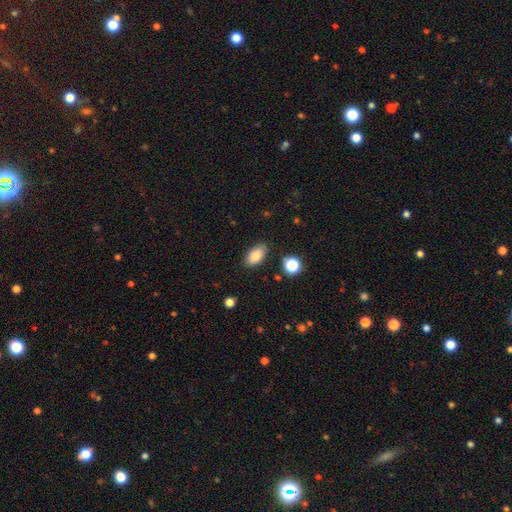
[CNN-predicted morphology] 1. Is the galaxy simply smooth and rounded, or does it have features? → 85% smooth, 8% star or artifact, 7% featured or disk.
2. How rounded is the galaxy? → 92% in between, 5% round, 3% cigar-shaped.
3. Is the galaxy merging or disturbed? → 84% none, 11% minor disturbance, 3% major disturbance, 2% merger.